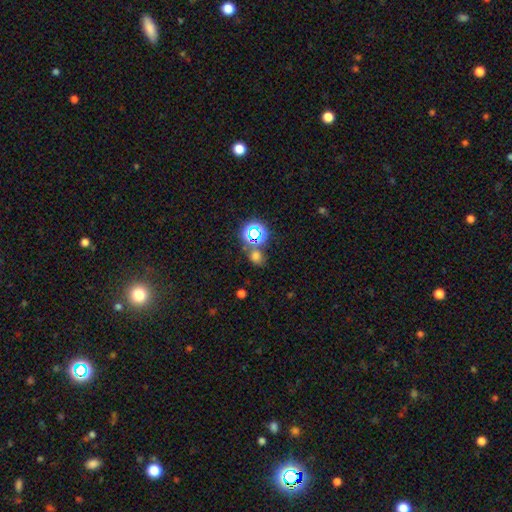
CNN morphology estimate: Q: Smooth or featured?
A: smooth (59%); runner-up: star or artifact (34%)
Q: How rounded?
A: round (62%); runner-up: in between (37%)
Q: Merging?
A: none (63%); runner-up: merger (20%)